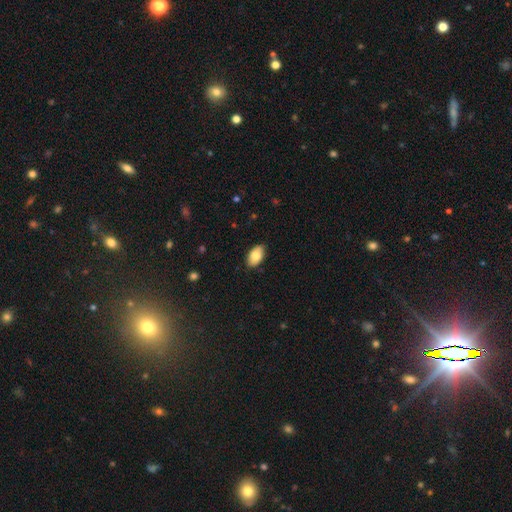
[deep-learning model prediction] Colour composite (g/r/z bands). It shows a smooth galaxy with no disk features (83%) that is in between round and cigar-shaped (94%). Merging: none (86%).